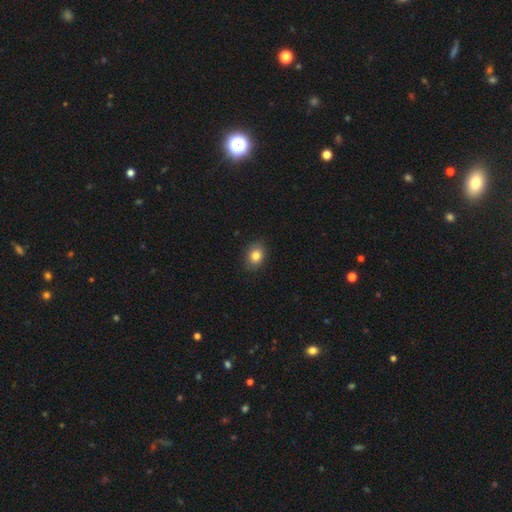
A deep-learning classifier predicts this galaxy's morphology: This appears to be a smooth galaxy with no disk features (83%) that is in between round and cigar-shaped (59%). Merging: none (87%).